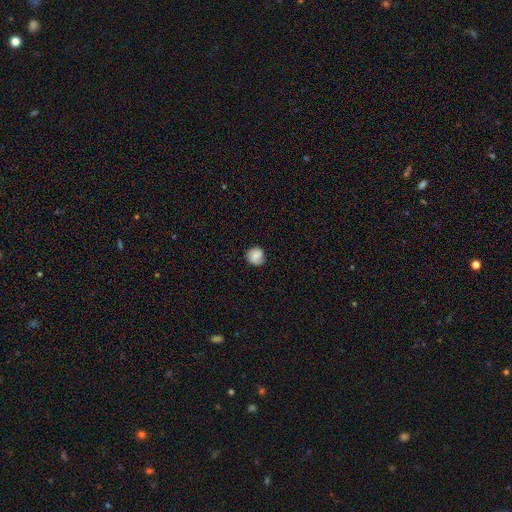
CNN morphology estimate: smooth 77%, featured or disk 15%, star or artifact 8%. Down the decision tree: how rounded — round (88%); merging — none (77%).